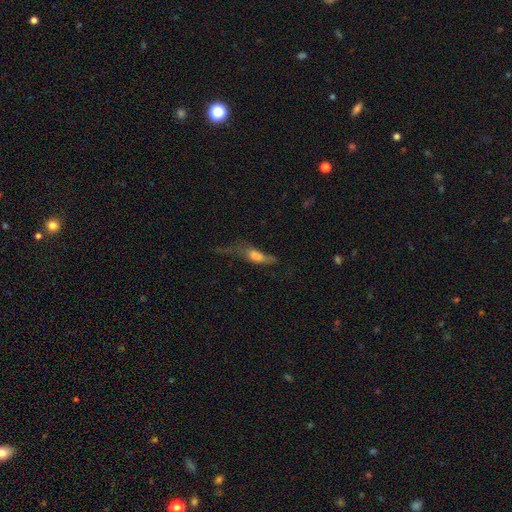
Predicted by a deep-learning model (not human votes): The model was most divided on "smooth or featured": smooth: 48%, featured or disk: 40%, star or artifact: 13%. Remaining: merging — major disturbance (45%).